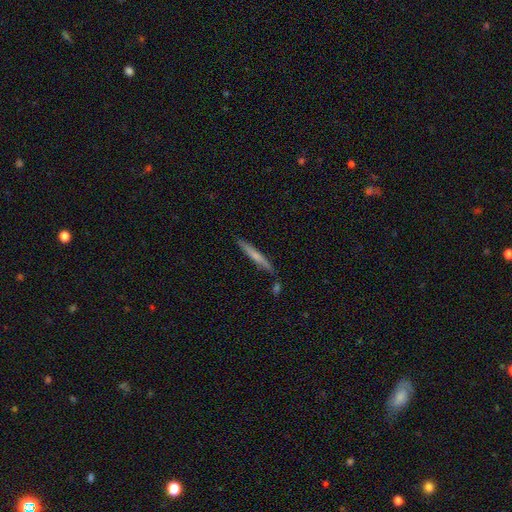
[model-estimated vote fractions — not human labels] A smooth galaxy with no disk features (62%) that is cigar-shaped (96%). Merging: none (81%).